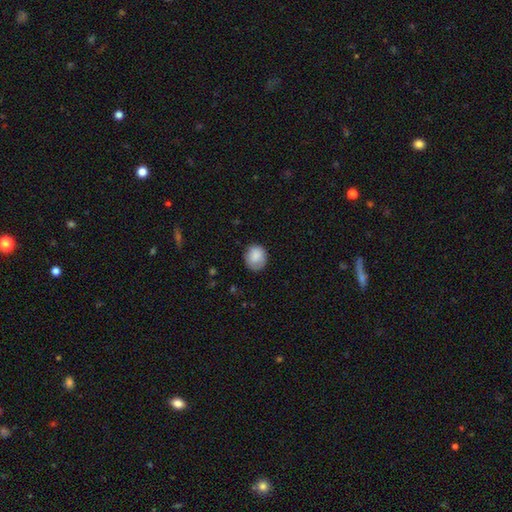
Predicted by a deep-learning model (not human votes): This is clearly a smooth galaxy (85%). How rounded: likely round (78%). Merging: likely none (76%).